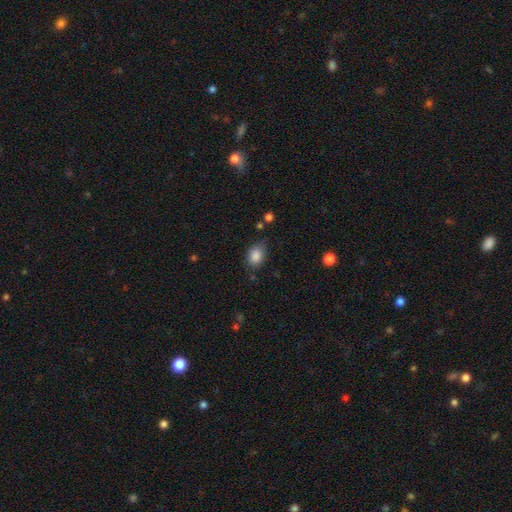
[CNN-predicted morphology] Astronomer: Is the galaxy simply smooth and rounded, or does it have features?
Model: smooth — 87%.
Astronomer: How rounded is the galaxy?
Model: in between — 73%.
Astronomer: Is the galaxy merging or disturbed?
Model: none — 71%.